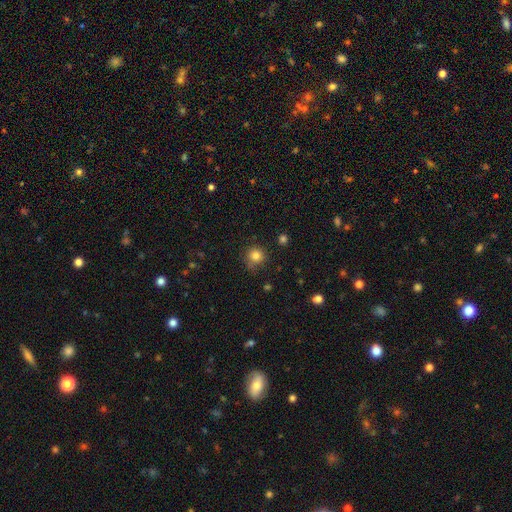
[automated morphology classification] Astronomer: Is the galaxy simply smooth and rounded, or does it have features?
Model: smooth — 83%.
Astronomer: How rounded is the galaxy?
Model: round — 92%.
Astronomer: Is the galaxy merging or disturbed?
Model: none — 78%.